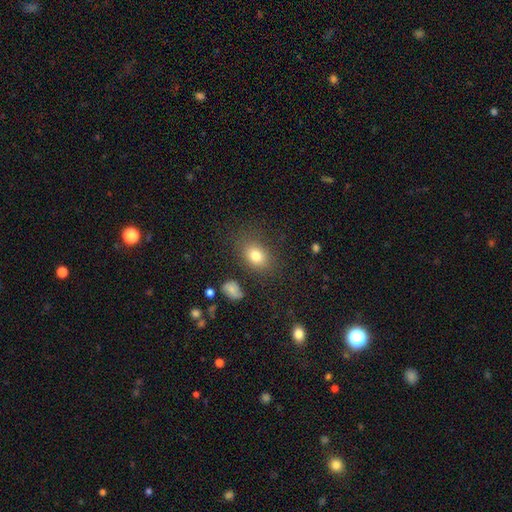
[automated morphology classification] Smooth or featured?
  - smooth: 78% *
  - star or artifact: 12%
  - featured or disk: 9%
How rounded?
  - in between: 67% *
  - round: 31%
  - cigar-shaped: 1%
Merging?
  - none: 78% *
  - minor disturbance: 14%
  - major disturbance: 6%
  - merger: 3%